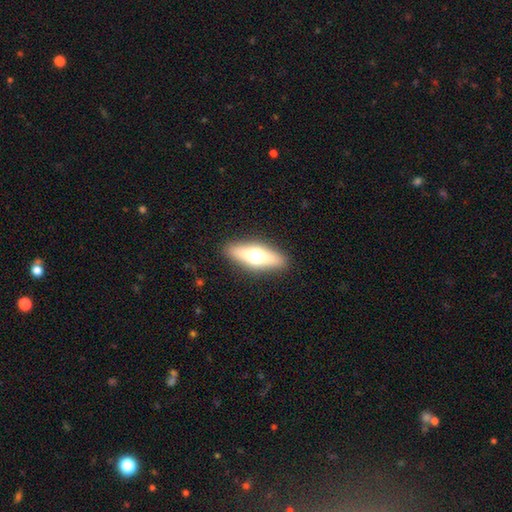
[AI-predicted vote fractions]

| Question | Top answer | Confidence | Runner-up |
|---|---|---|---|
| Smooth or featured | smooth | 50% | featured or disk (42%) |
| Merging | none | 88% | minor disturbance (8%) |